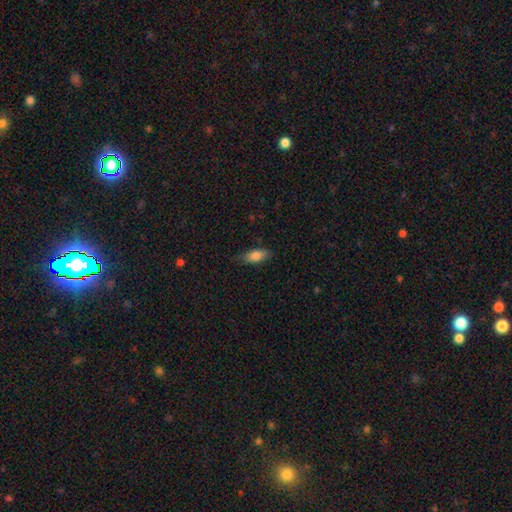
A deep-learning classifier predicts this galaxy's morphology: Overall: smooth (81%). How rounded: in between (76%). Merging: none (78%).